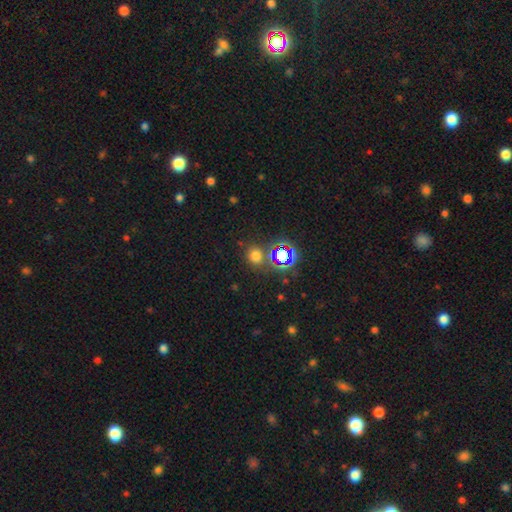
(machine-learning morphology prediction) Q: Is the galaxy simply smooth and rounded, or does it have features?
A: smooth — 63%.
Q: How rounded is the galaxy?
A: round — 76%.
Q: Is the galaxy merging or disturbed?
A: none — 74%.